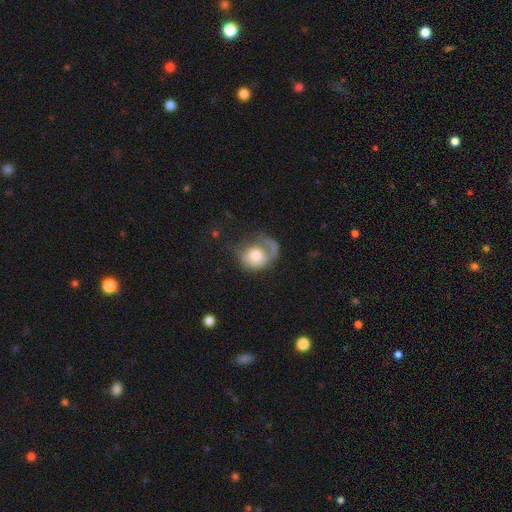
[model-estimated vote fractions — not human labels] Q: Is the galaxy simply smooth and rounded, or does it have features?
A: smooth — 56%.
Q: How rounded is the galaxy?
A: round — 54%.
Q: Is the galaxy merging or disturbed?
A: major disturbance — 51%.